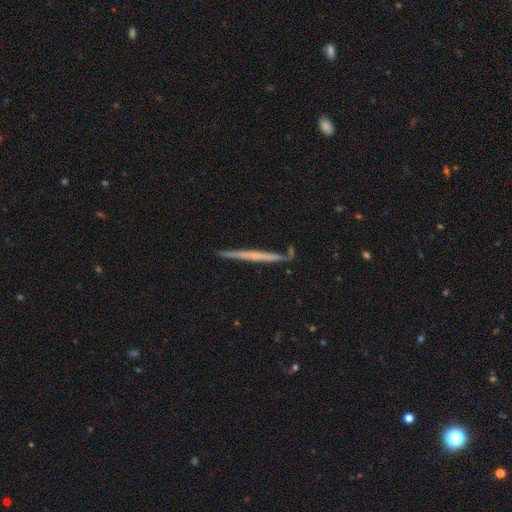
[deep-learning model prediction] Overall: featured or disk (58%; smooth 36%). Edge-on disk: yes (97%). Edge-on bulge: none (83%). Merging: none (86%).